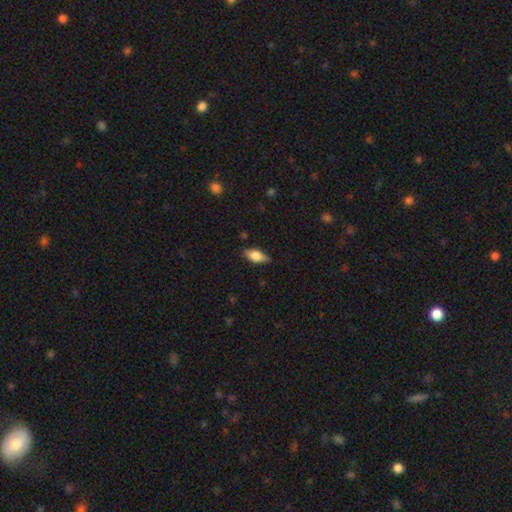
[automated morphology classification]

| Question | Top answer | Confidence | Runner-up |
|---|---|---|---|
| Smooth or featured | smooth | 70% | featured or disk (23%) |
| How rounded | in between | 82% | cigar-shaped (15%) |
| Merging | none | 83% | minor disturbance (14%) |